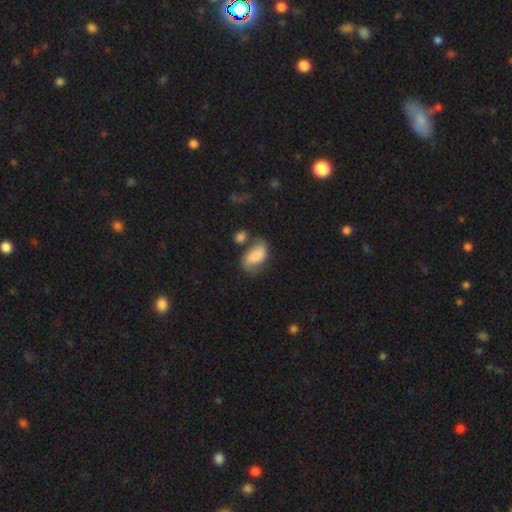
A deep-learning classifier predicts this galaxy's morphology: Overall: smooth (70%). How rounded: in between (91%). Merging: none (41%; minor disturbance 24%).